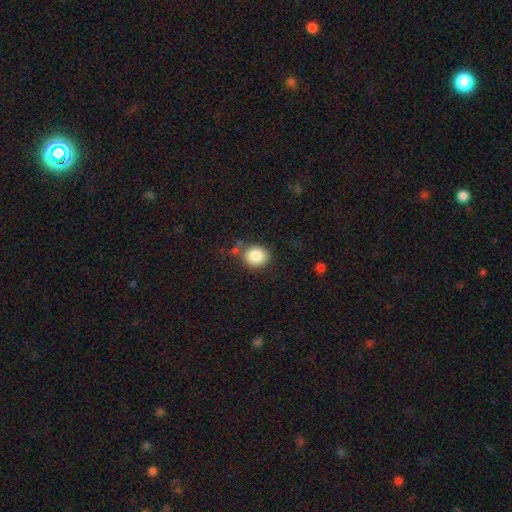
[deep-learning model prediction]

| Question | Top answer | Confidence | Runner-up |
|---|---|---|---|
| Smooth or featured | smooth | 86% | star or artifact (9%) |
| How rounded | round | 75% | in between (24%) |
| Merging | none | 76% | minor disturbance (14%) |